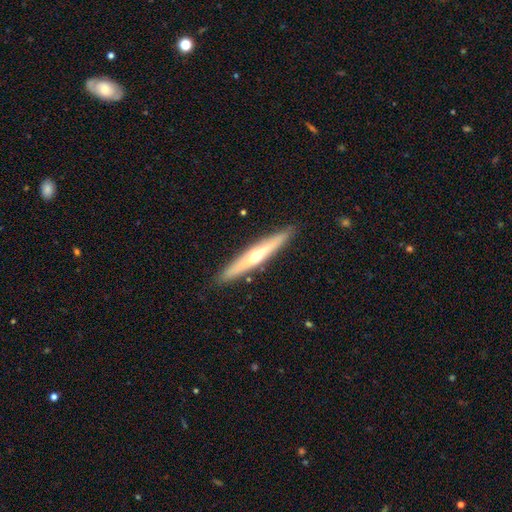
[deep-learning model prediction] smooth-or-featured: featured or disk: 61% | smooth: 33% | star or artifact: 6%
  disk-edge-on: yes: 94% | no: 6%
    edge-on-bulge: rounded: 83% | none: 14% | boxy: 2%
  merging: none: 90% | minor disturbance: 7% | major disturbance: 1% | merger: 1%